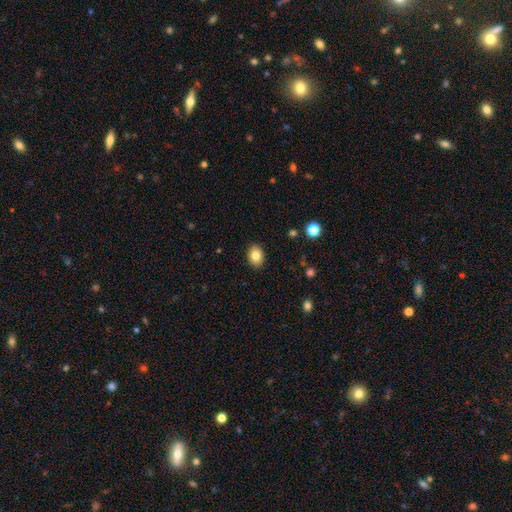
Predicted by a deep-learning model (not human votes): Morphology: type=smooth (83%); roundness=in between (64%); merging=none (89%).